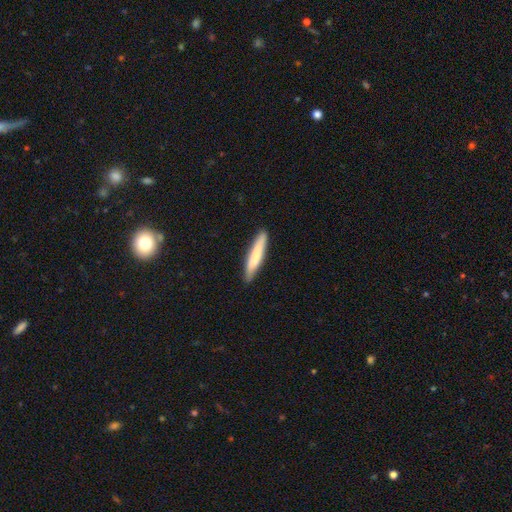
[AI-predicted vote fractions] Smooth or featured? Predicted: smooth (p=0.77). How rounded? Predicted: cigar-shaped (p=0.91). Merging? Predicted: none (p=0.88).